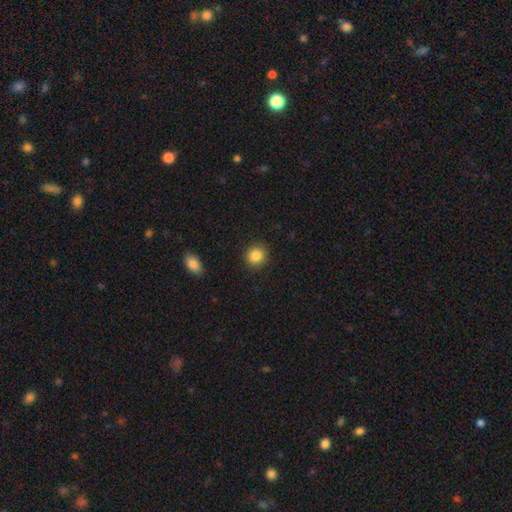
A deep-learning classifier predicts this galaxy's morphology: Smooth or featured? Predicted: smooth (p=0.86). How rounded? Predicted: round (p=0.88). Merging? Predicted: none (p=0.90).